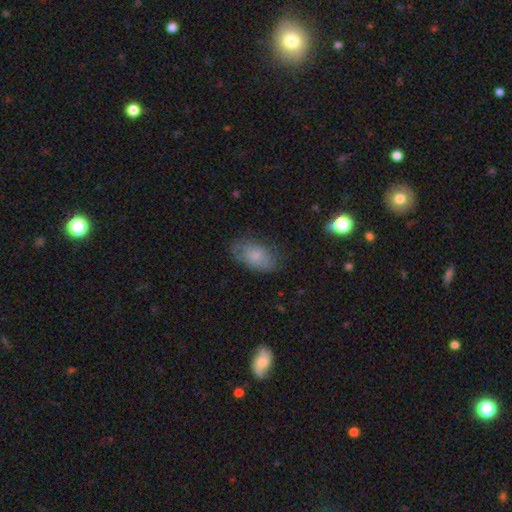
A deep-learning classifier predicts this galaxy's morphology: smooth-or-featured: smooth: 73% | featured or disk: 19% | star or artifact: 8%
  how-rounded: in between: 91% | round: 6% | cigar-shaped: 2%
  merging: none: 68% | minor disturbance: 23% | major disturbance: 8% | merger: 1%